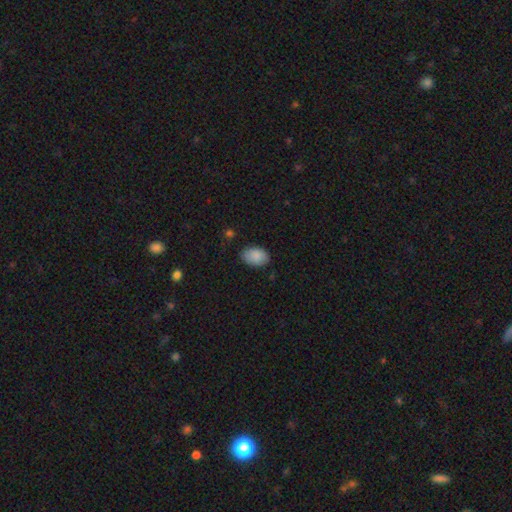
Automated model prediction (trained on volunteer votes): A smooth galaxy with no disk features (89%) that is in between round and cigar-shaped (89%).

Vote fractions:
- Smooth or featured? smooth: 89% / star or artifact: 7% / featured or disk: 5%
- How rounded? in between: 89% / round: 10% / cigar-shaped: 1%
- Merging? none: 82% / minor disturbance: 14% / major disturbance: 3% / merger: 1%